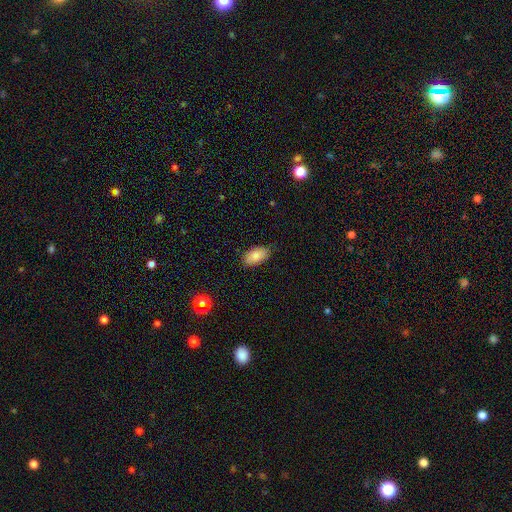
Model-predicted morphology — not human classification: Smooth or featured? Predicted: smooth (p=0.82). How rounded? Predicted: in between (p=0.93). Merging? Predicted: none (p=0.80).